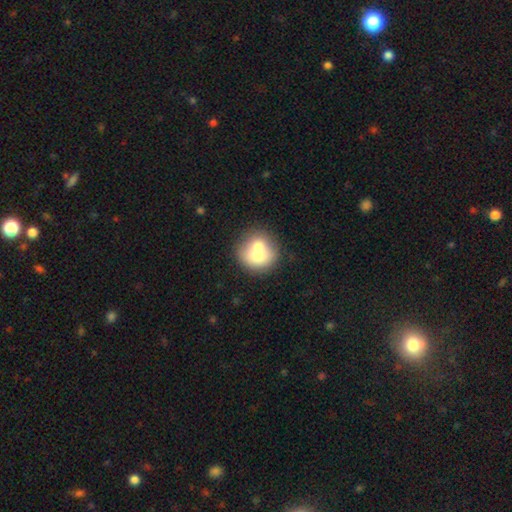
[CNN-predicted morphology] Smooth or featured? Predicted: smooth (p=0.69). How rounded? Predicted: round (p=0.85). Merging? Predicted: merger (p=0.47).